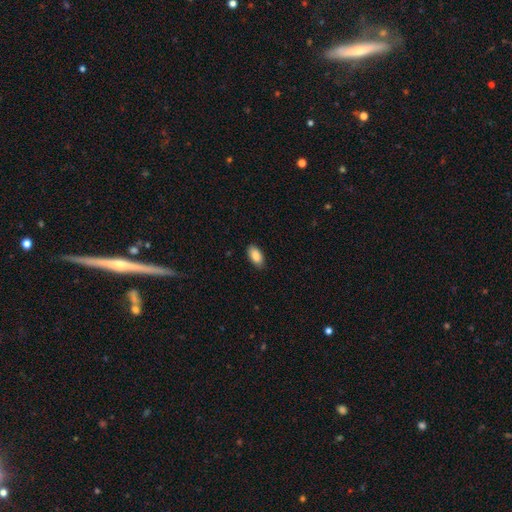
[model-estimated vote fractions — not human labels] A smooth galaxy with no disk features (88%) that is in between round and cigar-shaped (94%). Merging: none (88%).